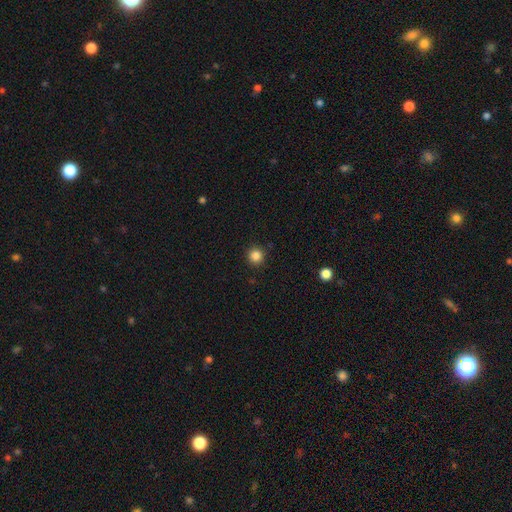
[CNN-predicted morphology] A smooth galaxy with no disk features (84%) that is round (95%). Merging: none (92%).